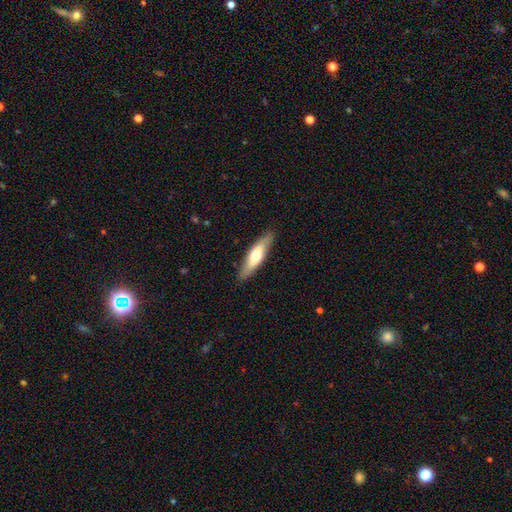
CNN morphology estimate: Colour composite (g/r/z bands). It shows a smooth galaxy with no disk features (57%) that is cigar-shaped (67%). Merging: none (87%).